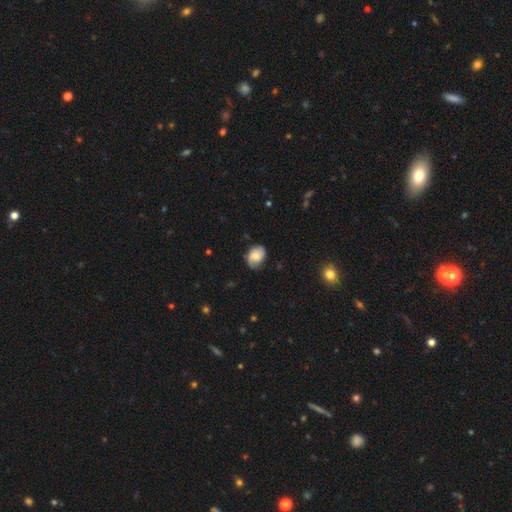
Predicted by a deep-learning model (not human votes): This appears to be a smooth galaxy with no disk features (57%) that is in between round and cigar-shaped (66%). Merging: none (68%).